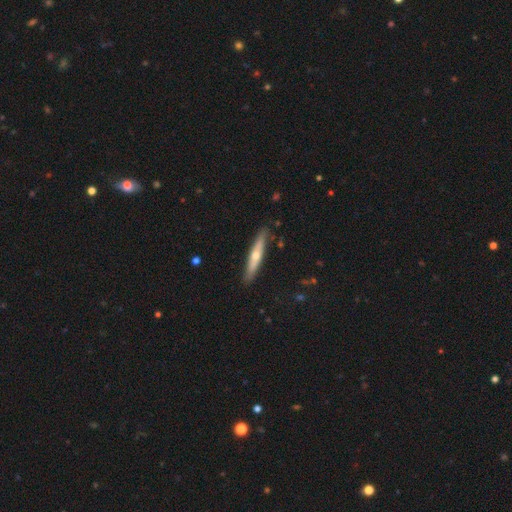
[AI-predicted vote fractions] The model was most divided on "smooth or featured": featured or disk: 48%, smooth: 46%, star or artifact: 6%. More confident: merging — none (87%).